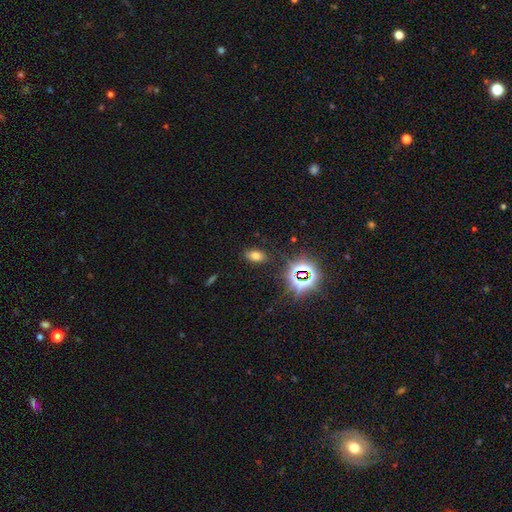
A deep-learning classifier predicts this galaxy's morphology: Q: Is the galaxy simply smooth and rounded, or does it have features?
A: smooth — 61%.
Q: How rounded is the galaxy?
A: in between — 89%.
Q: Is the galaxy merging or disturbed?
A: none — 85%.